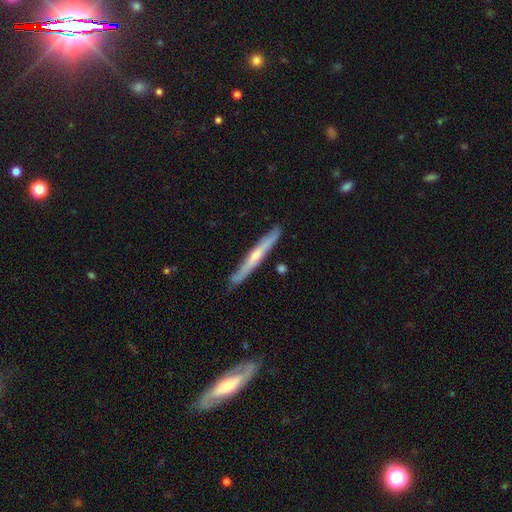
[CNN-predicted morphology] smooth-or-featured: featured or disk: 59% | smooth: 35% | star or artifact: 6%
  disk-edge-on: yes: 94% | no: 6%
    edge-on-bulge: rounded: 60% | none: 35% | boxy: 5%
  merging: none: 87% | minor disturbance: 10% | merger: 2% | major disturbance: 2%